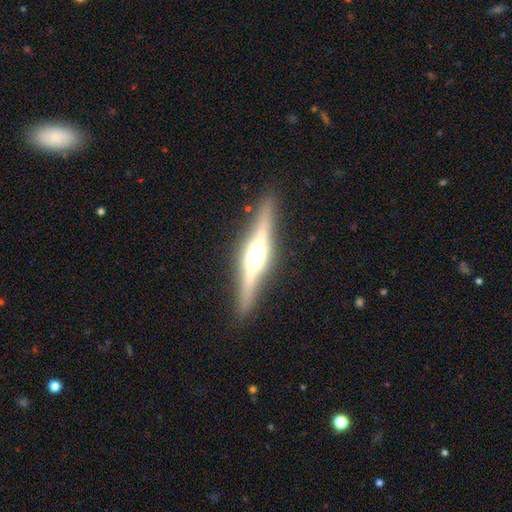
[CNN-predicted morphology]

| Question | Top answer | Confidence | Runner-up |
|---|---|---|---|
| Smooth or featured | featured or disk | 80% | smooth (15%) |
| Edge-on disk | yes | 97% | no (3%) |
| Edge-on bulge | rounded | 90% | boxy (7%) |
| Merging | none | 90% | minor disturbance (7%) |